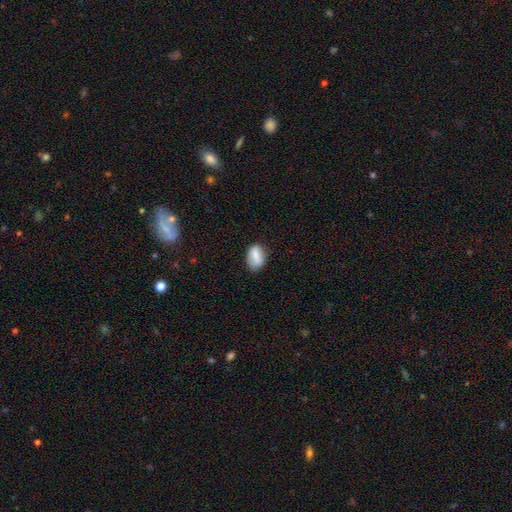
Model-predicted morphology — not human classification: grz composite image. It shows a smooth galaxy with no disk features (77%) that is in between round and cigar-shaped (85%). Merging: none (78%).